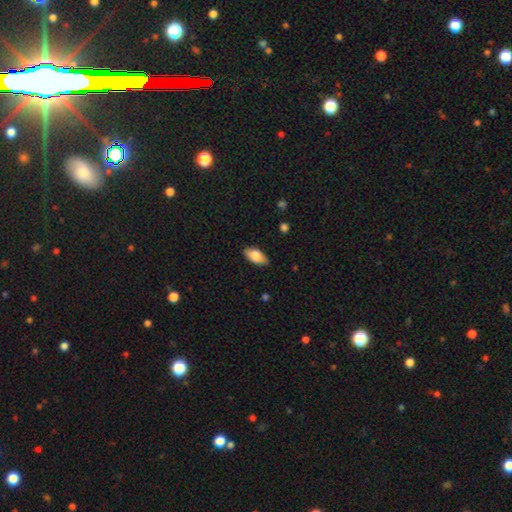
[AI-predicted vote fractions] Smooth or featured?
  - smooth: 78% *
  - featured or disk: 15%
  - star or artifact: 7%
How rounded?
  - in between: 92% *
  - cigar-shaped: 5%
  - round: 3%
Merging?
  - none: 84% *
  - minor disturbance: 12%
  - major disturbance: 2%
  - merger: 1%